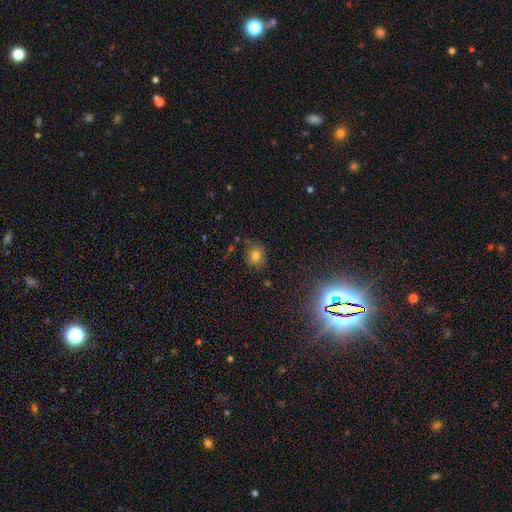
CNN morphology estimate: type=smooth (75%); roundness=round (79%); merging=none (79%).